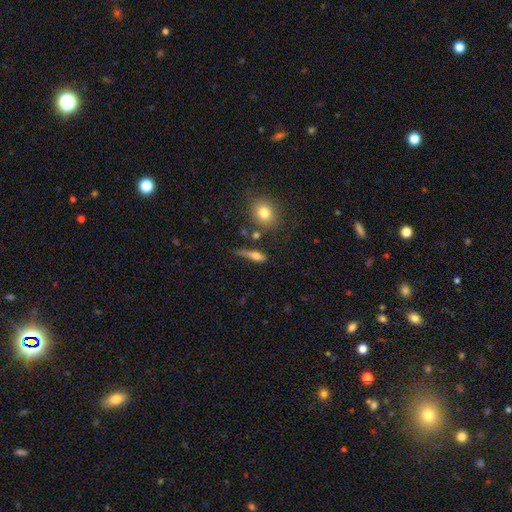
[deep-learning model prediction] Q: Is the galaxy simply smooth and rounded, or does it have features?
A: smooth — 65%.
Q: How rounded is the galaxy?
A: cigar-shaped — 48%.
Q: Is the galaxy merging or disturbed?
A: none — 50%.